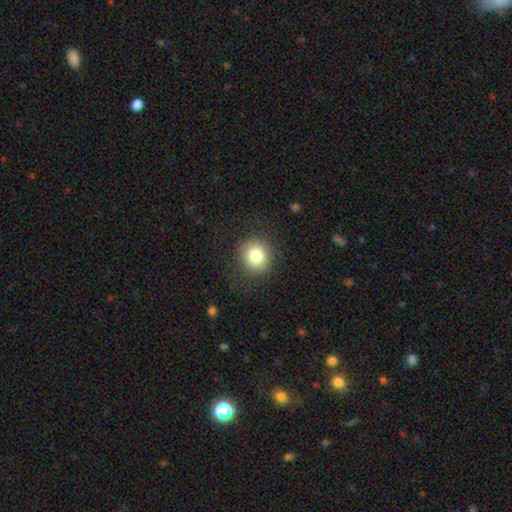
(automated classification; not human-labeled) A smooth galaxy with no disk features (81%) that is round (87%).

Vote fractions:
- Smooth or featured? smooth: 81% / star or artifact: 11% / featured or disk: 9%
- How rounded? round: 87% / in between: 12% / cigar-shaped: 1%
- Merging? none: 86% / minor disturbance: 9% / major disturbance: 4% / merger: 1%